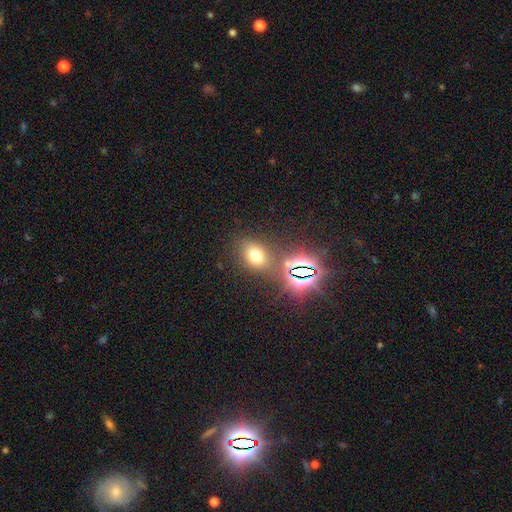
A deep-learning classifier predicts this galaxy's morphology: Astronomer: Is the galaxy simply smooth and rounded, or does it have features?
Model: smooth — 63%.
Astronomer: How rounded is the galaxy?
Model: in between — 60% (runner-up: round, 38%).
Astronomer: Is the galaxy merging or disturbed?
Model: none — 72%.